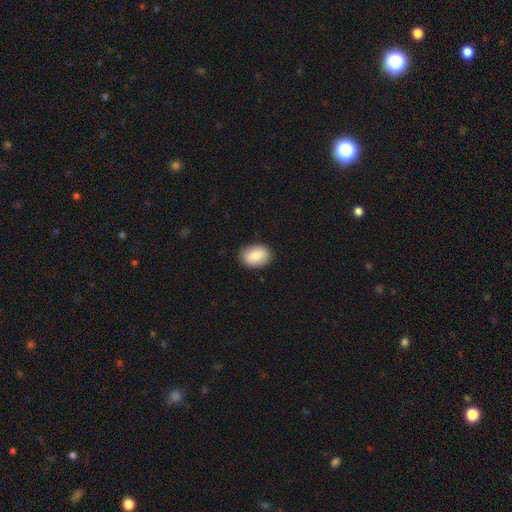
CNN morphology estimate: type=smooth (84%); roundness=in between (78%); merging=none (87%).